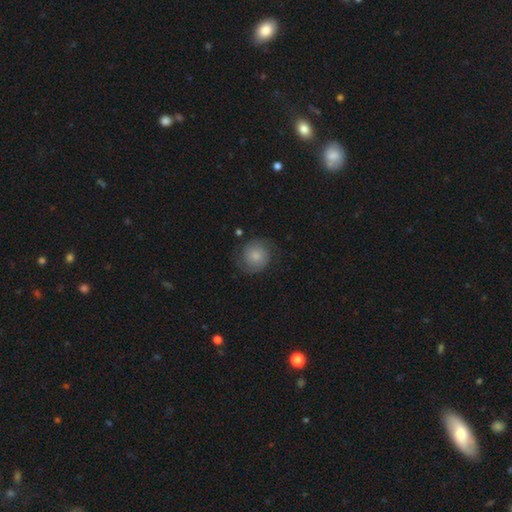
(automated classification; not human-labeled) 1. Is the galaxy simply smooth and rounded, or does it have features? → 50% featured or disk, 41% smooth, 8% star or artifact.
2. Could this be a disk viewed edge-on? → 98% no, 2% yes.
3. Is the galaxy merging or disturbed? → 74% none, 17% minor disturbance, 8% major disturbance, 2% merger.